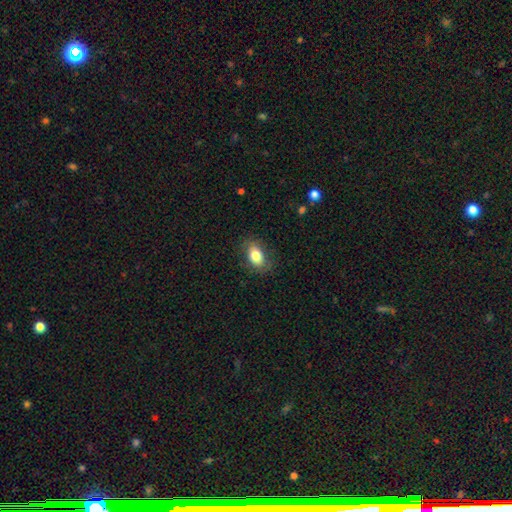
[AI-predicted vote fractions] Morphology: type=smooth (79%); roundness=in between (86%); merging=none (80%).